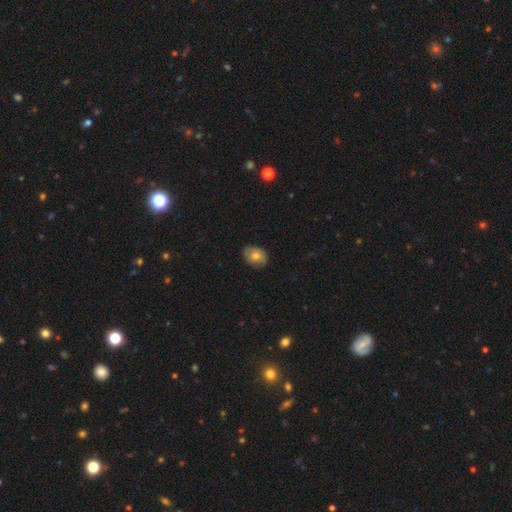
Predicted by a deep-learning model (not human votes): Smooth or featured? Predicted: smooth (p=0.71). How rounded? Predicted: in between (p=0.61). Merging? Predicted: none (p=0.77).